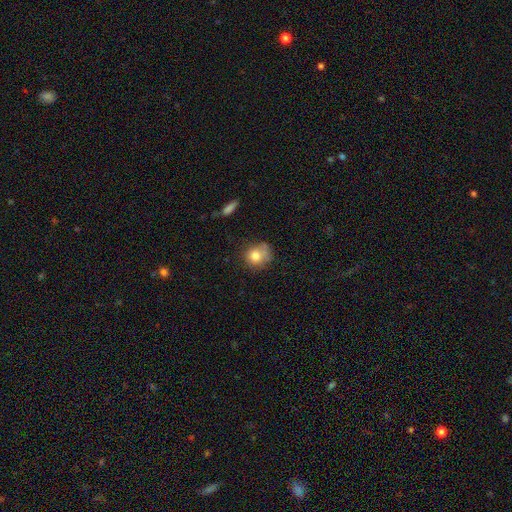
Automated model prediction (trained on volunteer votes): smooth_or_featured: smooth (p=0.78) [alt: featured or disk p=0.12]
how_rounded: round (p=0.78) [alt: in between p=0.21]
merging: none (p=0.53) [alt: minor disturbance p=0.27]